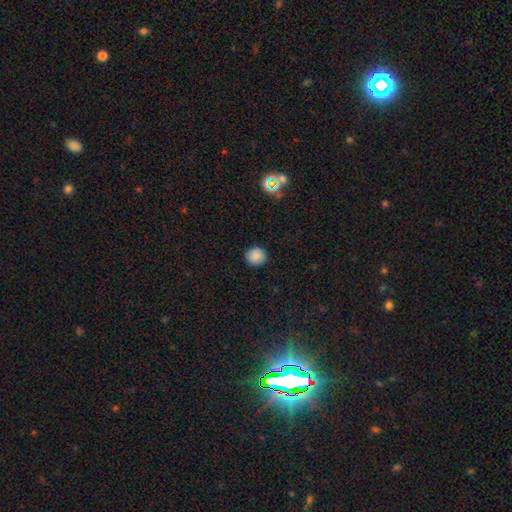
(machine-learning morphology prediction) Smooth or featured? smooth (87%)
How rounded? round (92%)
Merging? none (91%)